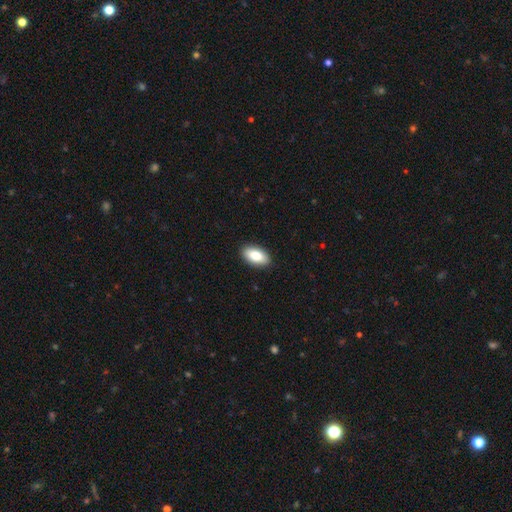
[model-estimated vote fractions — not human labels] A smooth galaxy with no disk features (84%) that is in between round and cigar-shaped (94%).

Vote fractions:
- Smooth or featured? smooth: 84% / featured or disk: 10% / star or artifact: 6%
- How rounded? in between: 94% / round: 3% / cigar-shaped: 3%
- Merging? none: 90% / minor disturbance: 7% / major disturbance: 2% / merger: 1%